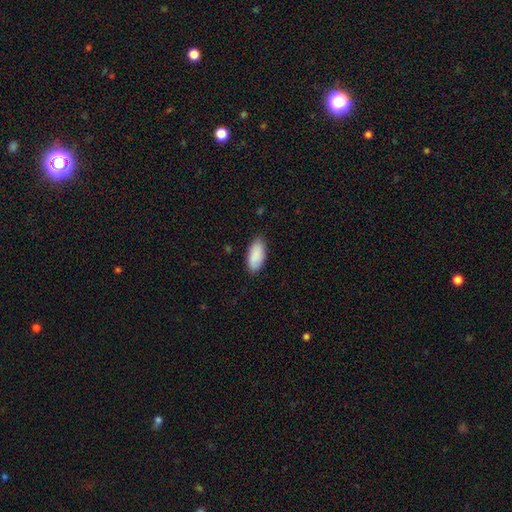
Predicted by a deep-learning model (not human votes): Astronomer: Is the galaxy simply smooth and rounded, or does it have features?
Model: smooth — 89%.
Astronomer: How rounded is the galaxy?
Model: in between — 91%.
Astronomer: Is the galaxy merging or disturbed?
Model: none — 83%.